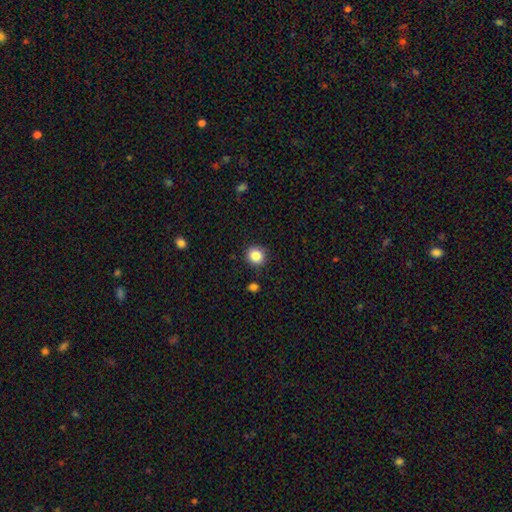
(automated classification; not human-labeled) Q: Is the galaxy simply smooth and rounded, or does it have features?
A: smooth — 86%.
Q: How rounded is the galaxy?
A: round — 84%.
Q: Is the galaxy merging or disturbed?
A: none — 88%.